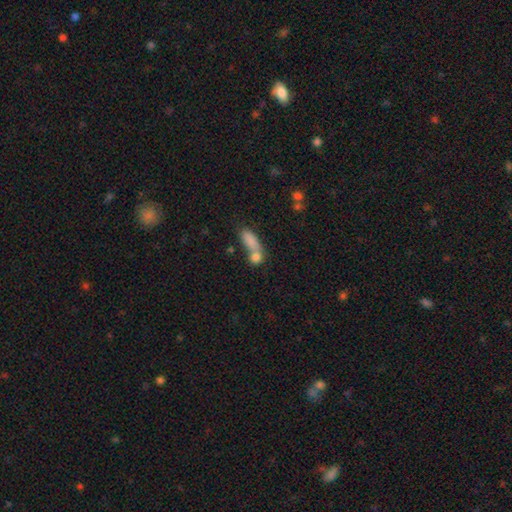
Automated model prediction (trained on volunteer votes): Overall: smooth (79%). How rounded: in between (59%; round 21%). Merging: merger (50%; none 33%).